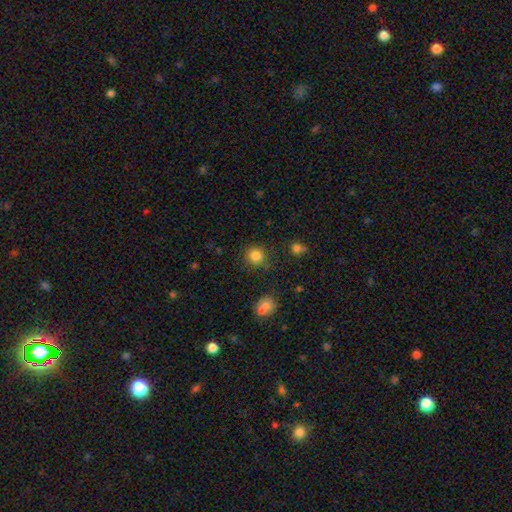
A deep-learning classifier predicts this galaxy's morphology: The model was most divided on "smooth or featured": smooth: 83%, star or artifact: 12%, featured or disk: 5%. More confident: how rounded — round (91%); merging — none (83%).